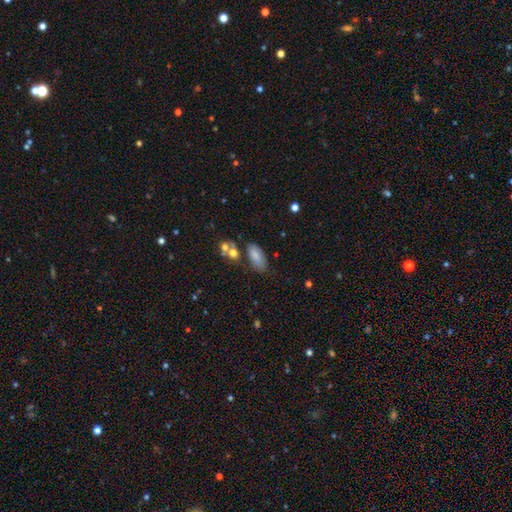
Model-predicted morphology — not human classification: A smooth galaxy with no disk features (79%) that is in between round and cigar-shaped (88%).

Vote fractions:
- Smooth or featured? smooth: 79% / featured or disk: 13% / star or artifact: 9%
- How rounded? in between: 88% / cigar-shaped: 9% / round: 3%
- Merging? none: 63% / minor disturbance: 19% / merger: 11% / major disturbance: 6%